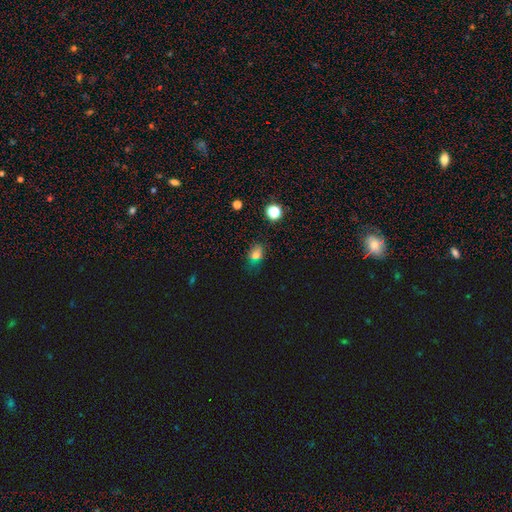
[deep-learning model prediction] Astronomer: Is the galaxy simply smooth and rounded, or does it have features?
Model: smooth — 70%.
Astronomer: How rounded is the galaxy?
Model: in between — 71%.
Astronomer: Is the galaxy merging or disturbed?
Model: none — 73%.